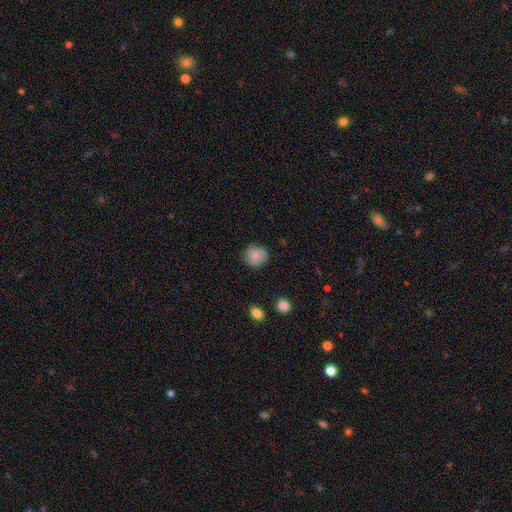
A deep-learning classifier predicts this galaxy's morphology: smooth_or_featured: smooth (p=0.76) [alt: featured or disk p=0.16]
how_rounded: round (p=0.81) [alt: in between p=0.18]
merging: none (p=0.76) [alt: minor disturbance p=0.19]